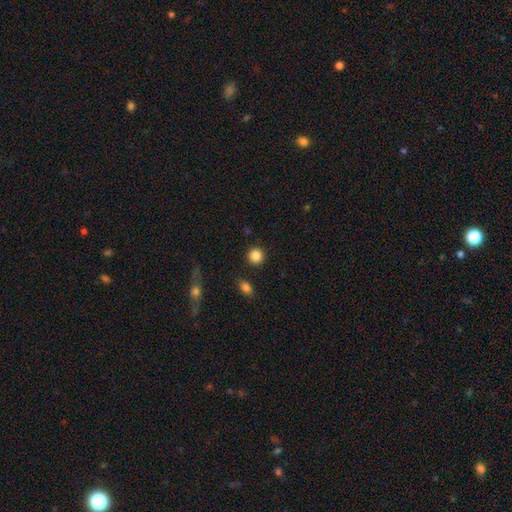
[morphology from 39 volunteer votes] A smooth galaxy with no disk features (87%) that is round (91%).

Vote fractions:
- Smooth or featured? smooth: 87% / featured or disk: 8% / star or artifact: 5%
- How rounded? round: 91% / in between: 6% / cigar-shaped: 3%
- Merging? none: 84% / minor disturbance: 11% / major disturbance: 5% / merger: 0%